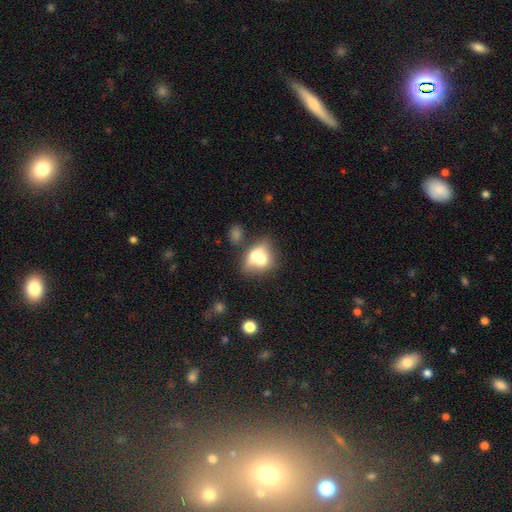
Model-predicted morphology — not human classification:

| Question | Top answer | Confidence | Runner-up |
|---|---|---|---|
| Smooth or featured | smooth | 60% | featured or disk (30%) |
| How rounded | in between | 55% | round (41%) |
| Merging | merger | 58% | none (23%) |